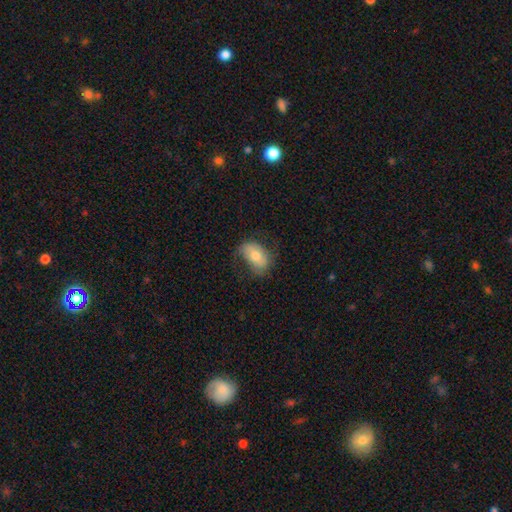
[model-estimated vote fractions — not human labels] smooth_or_featured: smooth (p=0.64) [alt: featured or disk p=0.28]
how_rounded: in between (p=0.87) [alt: round p=0.11]
merging: none (p=0.59) [alt: minor disturbance p=0.28]